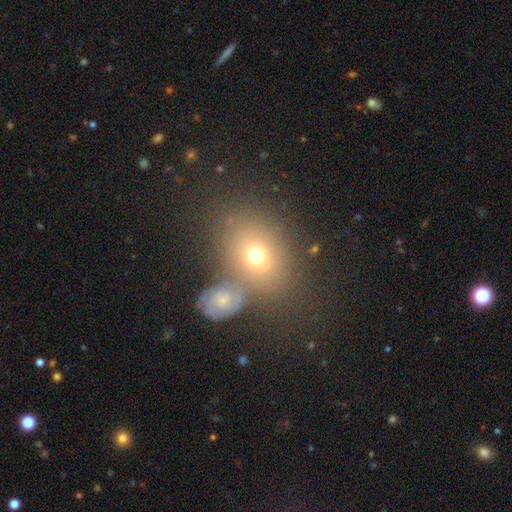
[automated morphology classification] Smooth or featured? Predicted: smooth (p=0.68). How rounded? Predicted: round (p=0.52). Merging? Predicted: none (p=0.53).